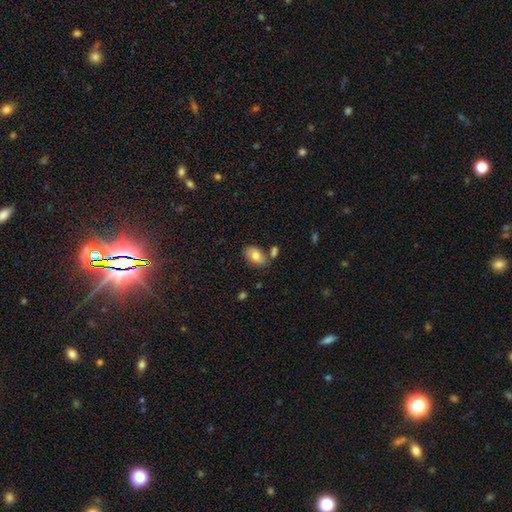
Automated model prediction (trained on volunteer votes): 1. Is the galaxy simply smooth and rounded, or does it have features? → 79% smooth, 14% featured or disk, 7% star or artifact.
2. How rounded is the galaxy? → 91% in between, 7% round, 1% cigar-shaped.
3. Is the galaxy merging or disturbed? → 69% none, 15% minor disturbance, 13% merger, 4% major disturbance.